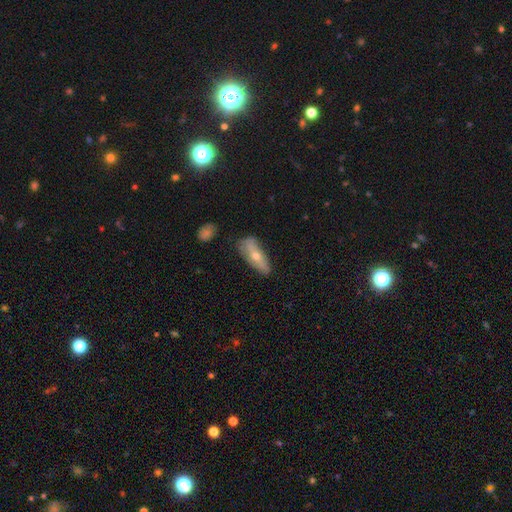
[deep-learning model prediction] This appears to be a featured or disk galaxy (47%). Merging: none (67%).